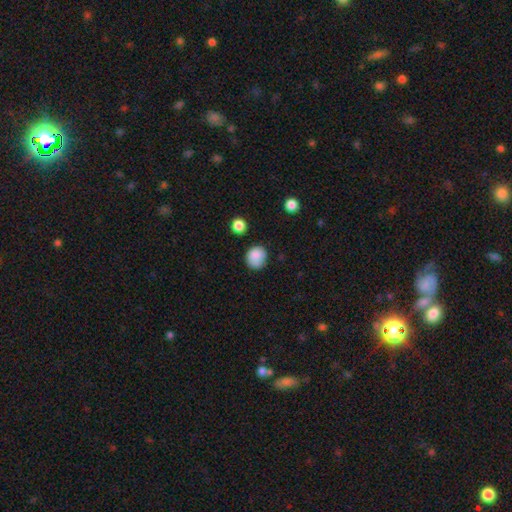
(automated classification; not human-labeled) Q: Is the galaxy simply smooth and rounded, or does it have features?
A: smooth — 83%.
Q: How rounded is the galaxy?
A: round — 73%.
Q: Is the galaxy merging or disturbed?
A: none — 65%.